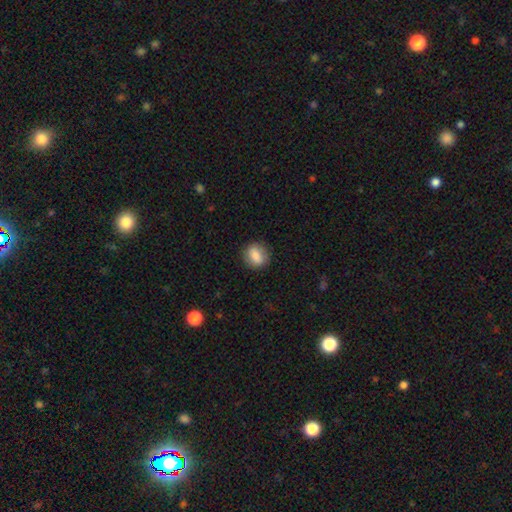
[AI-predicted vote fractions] Smooth or featured?
  - smooth: 84% *
  - featured or disk: 8%
  - star or artifact: 8%
How rounded?
  - round: 51% *
  - in between: 47%
  - cigar-shaped: 2%
Merging?
  - none: 83% *
  - minor disturbance: 12%
  - major disturbance: 3%
  - merger: 1%